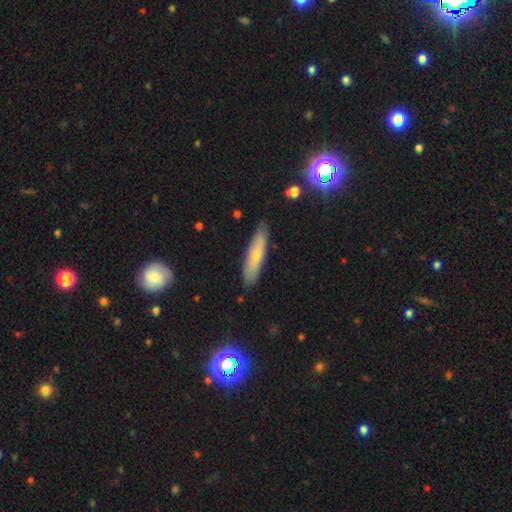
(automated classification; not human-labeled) Overall: smooth (57%; featured or disk 36%). How rounded: cigar-shaped (75%). Merging: none (82%).